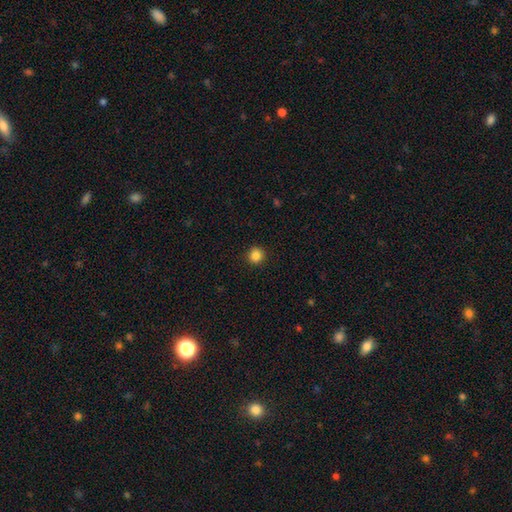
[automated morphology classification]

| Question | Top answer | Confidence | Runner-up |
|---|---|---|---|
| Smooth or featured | smooth | 85% | star or artifact (11%) |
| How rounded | round | 94% | in between (5%) |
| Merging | none | 93% | minor disturbance (5%) |